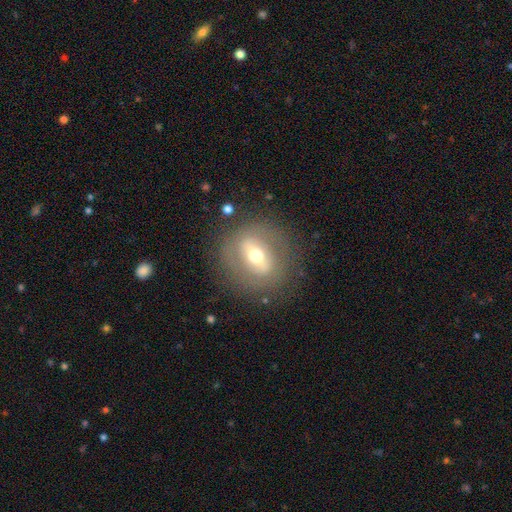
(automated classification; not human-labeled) The model was most divided on "bar": strong: 42%, weak: 34%, no: 24%. More confident: edge-on disk — no (90%); merging — none (79%); spiral arms — no (74%); bulge size — moderate (65%); smooth or featured — featured or disk (56%).